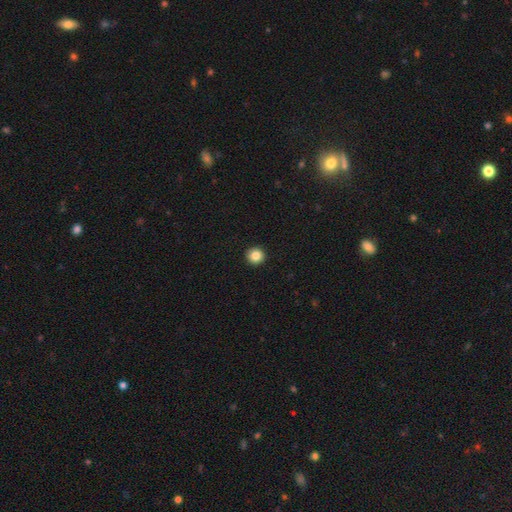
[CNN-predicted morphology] A smooth galaxy with no disk features (85%) that is round (95%).

Vote fractions:
- Smooth or featured? smooth: 85% / star or artifact: 10% / featured or disk: 5%
- How rounded? round: 95% / in between: 4% / cigar-shaped: 1%
- Merging? none: 94% / minor disturbance: 4% / major disturbance: 1% / merger: 1%